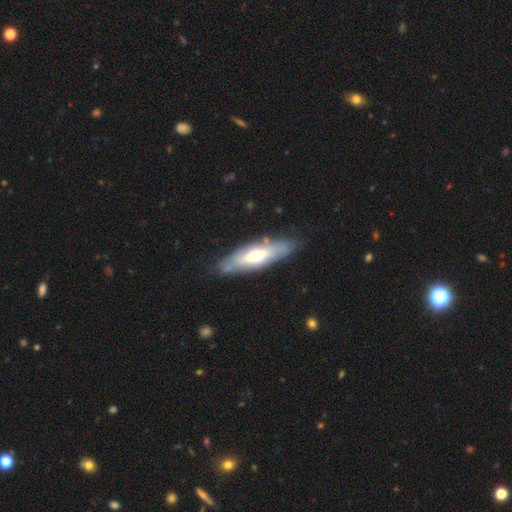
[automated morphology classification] This appears to be a featured or disk galaxy (50%). Merging: none (80%).